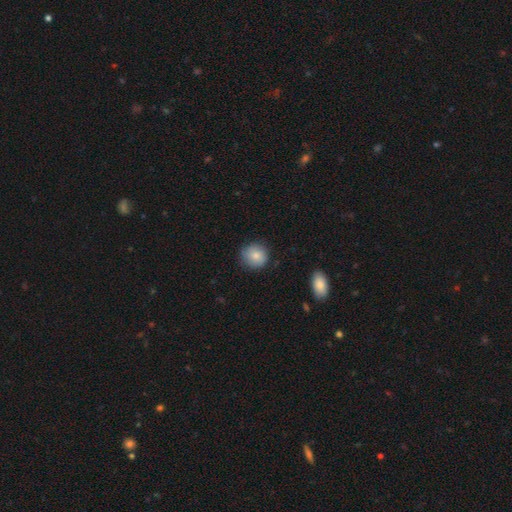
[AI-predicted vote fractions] Q: Smooth or featured?
A: smooth (82%); runner-up: featured or disk (10%)
Q: How rounded?
A: round (89%); runner-up: in between (10%)
Q: Merging?
A: none (81%); runner-up: minor disturbance (14%)